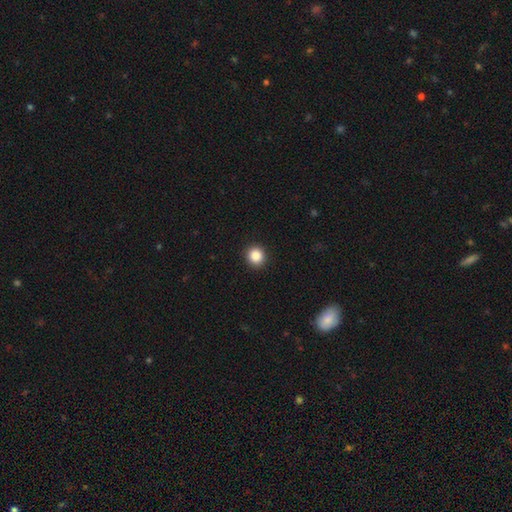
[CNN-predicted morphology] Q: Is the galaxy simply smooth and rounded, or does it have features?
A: smooth — 87%.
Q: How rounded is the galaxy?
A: round — 91%.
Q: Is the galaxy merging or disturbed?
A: none — 92%.